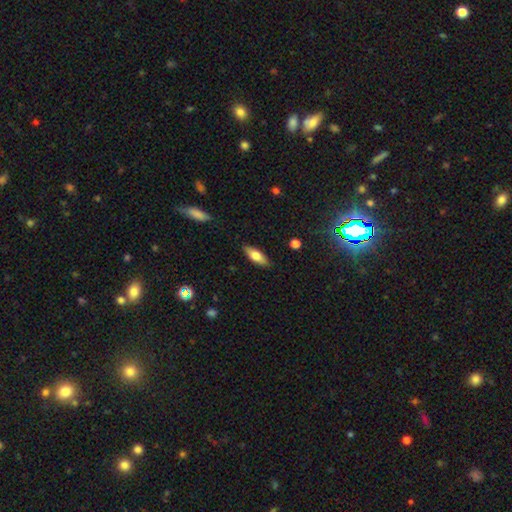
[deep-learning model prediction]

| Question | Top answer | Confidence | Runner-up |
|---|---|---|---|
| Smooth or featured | smooth | 66% | featured or disk (27%) |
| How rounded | in between | 70% | cigar-shaped (27%) |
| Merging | none | 85% | minor disturbance (12%) |